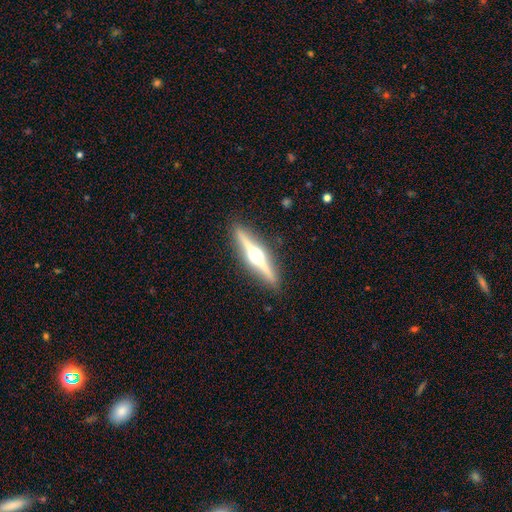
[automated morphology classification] smooth_or_featured: featured or disk (p=0.83) [alt: smooth p=0.12]
disk_edge_on: yes (p=0.98) [alt: no p=0.02]
edge_on_bulge: rounded (p=0.96) [alt: boxy p=0.02]
merging: none (p=0.91) [alt: minor disturbance p=0.06]